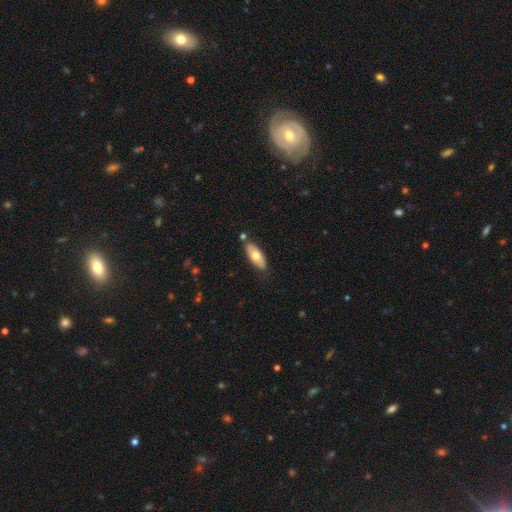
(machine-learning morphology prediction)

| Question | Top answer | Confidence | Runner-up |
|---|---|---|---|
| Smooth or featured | smooth | 65% | featured or disk (29%) |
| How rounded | in between | 81% | cigar-shaped (17%) |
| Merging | none | 79% | minor disturbance (14%) |